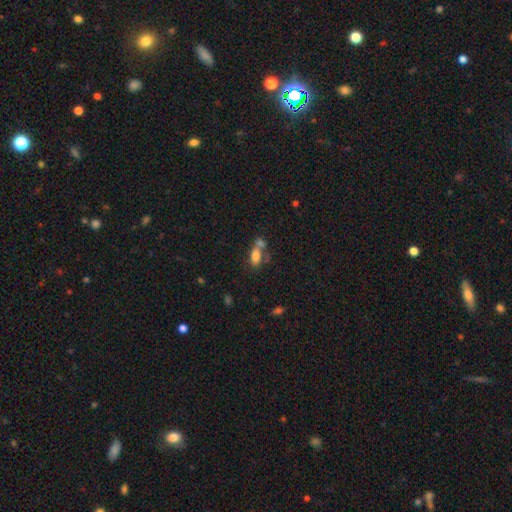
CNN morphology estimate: Smooth or featured? Predicted: smooth (p=0.74). How rounded? Predicted: in between (p=0.85). Merging? Predicted: merger (p=0.46).